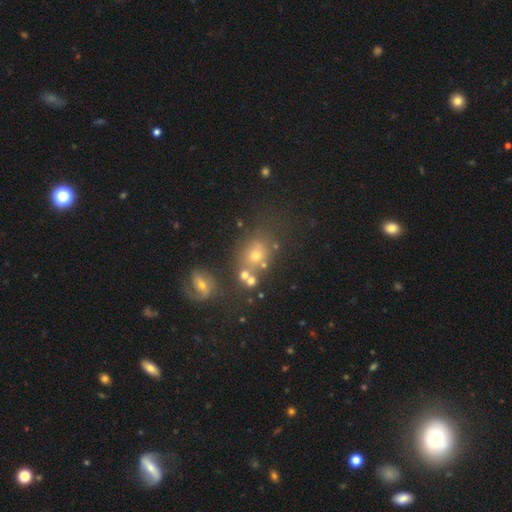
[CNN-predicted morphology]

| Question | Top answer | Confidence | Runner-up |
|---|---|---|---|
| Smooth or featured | smooth | 55% | featured or disk (24%) |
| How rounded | round | 57% | in between (42%) |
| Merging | none | 52% | merger (24%) |